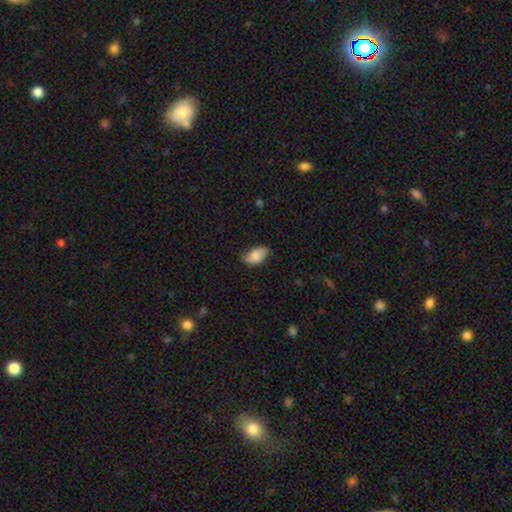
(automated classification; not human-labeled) smooth 82%, featured or disk 11%, star or artifact 7%. Down the decision tree: how rounded — in between (93%); merging — none (68%).